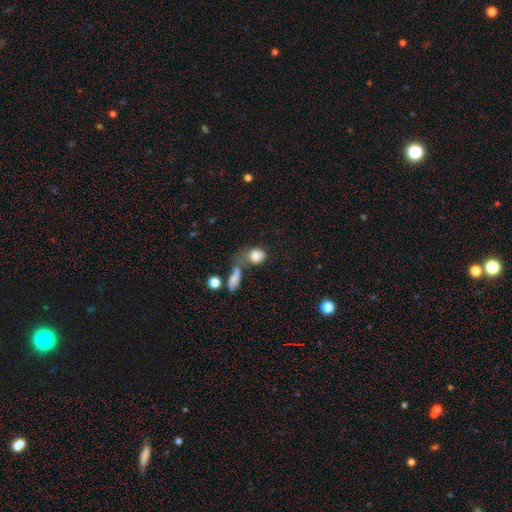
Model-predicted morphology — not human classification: smooth-or-featured: smooth: 81% | featured or disk: 9% | star or artifact: 9%
  how-rounded: in between: 58% | round: 39% | cigar-shaped: 3%
  merging: merger: 36% | none: 32% | major disturbance: 16% | minor disturbance: 16%